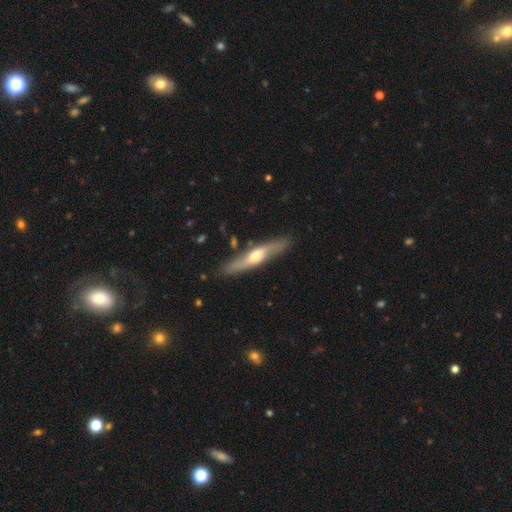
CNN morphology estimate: The model was most divided on "smooth or featured": featured or disk: 50%, smooth: 45%, star or artifact: 5%. More confident: merging — none (84%); edge-on disk — yes (80%).